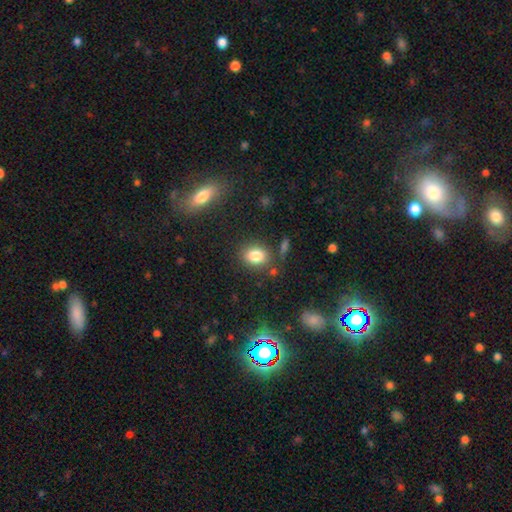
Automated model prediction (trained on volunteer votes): Smooth or featured? smooth (83%)
How rounded? in between (53%)
Merging? none (78%)